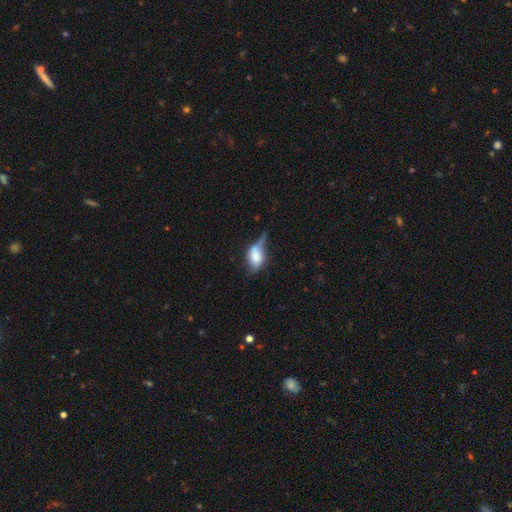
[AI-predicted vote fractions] This appears to be a smooth galaxy with no disk features (53%) that is in between round and cigar-shaped (80%). Merging: minor disturbance (30%).